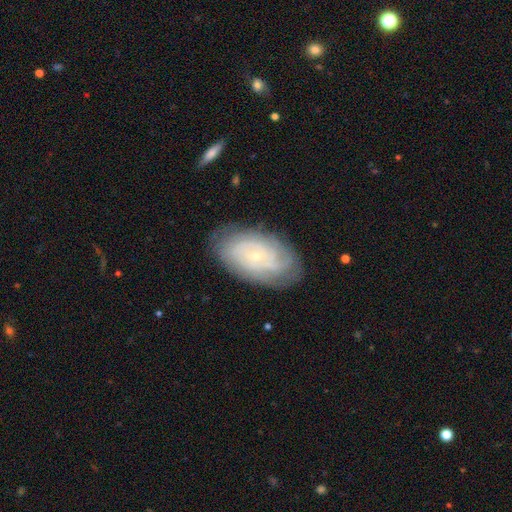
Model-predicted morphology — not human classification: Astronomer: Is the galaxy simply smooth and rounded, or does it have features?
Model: featured or disk — 73%.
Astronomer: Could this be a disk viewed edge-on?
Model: no — 95%.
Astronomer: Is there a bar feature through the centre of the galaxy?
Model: no — 80%.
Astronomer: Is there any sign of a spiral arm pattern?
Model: yes — 88%.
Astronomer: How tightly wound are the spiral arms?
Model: tight — 75%.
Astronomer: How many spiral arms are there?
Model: can't tell — 53%.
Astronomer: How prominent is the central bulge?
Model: small — 85%.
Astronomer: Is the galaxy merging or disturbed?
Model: none — 79%.